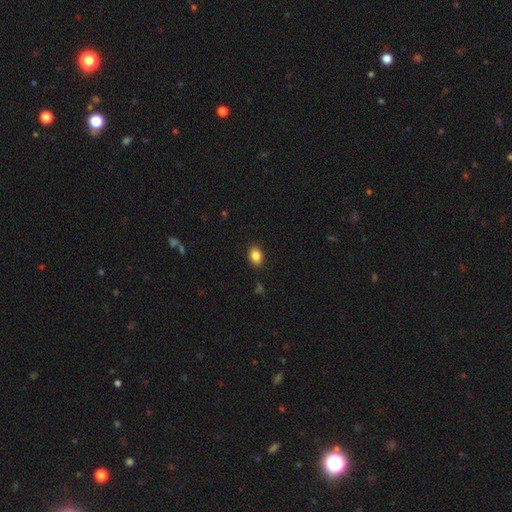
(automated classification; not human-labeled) A smooth galaxy with no disk features (86%) that is in between round and cigar-shaped (76%). Merging: none (87%).